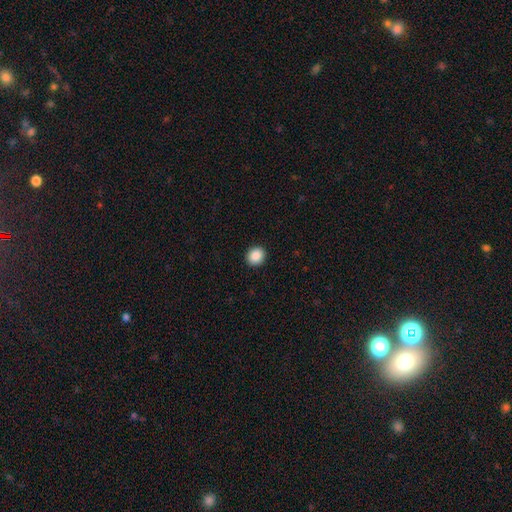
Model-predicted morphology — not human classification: This appears to be a smooth galaxy with no disk features (89%) that is round (81%). Merging: none (92%).